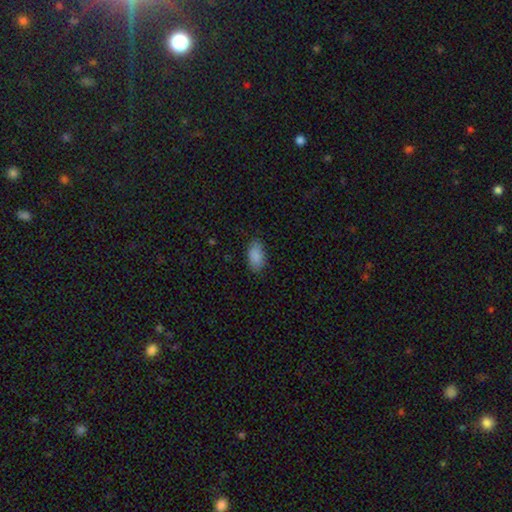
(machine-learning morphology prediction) Smooth or featured? smooth (89%)
How rounded? in between (94%)
Merging? none (83%)